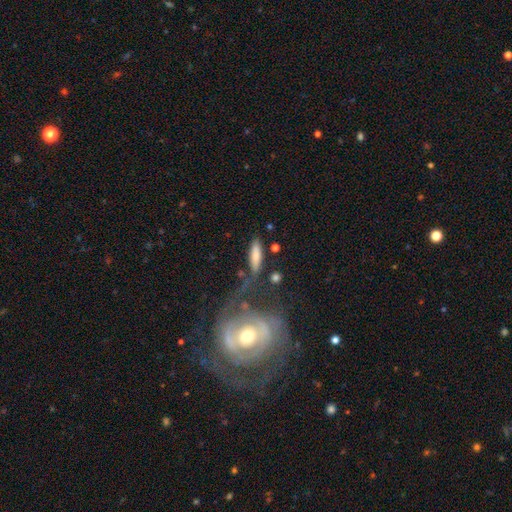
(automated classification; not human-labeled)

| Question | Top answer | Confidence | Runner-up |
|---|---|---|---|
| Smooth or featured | smooth | 77% | featured or disk (16%) |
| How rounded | cigar-shaped | 64% | in between (33%) |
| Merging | none | 64% | minor disturbance (18%) |